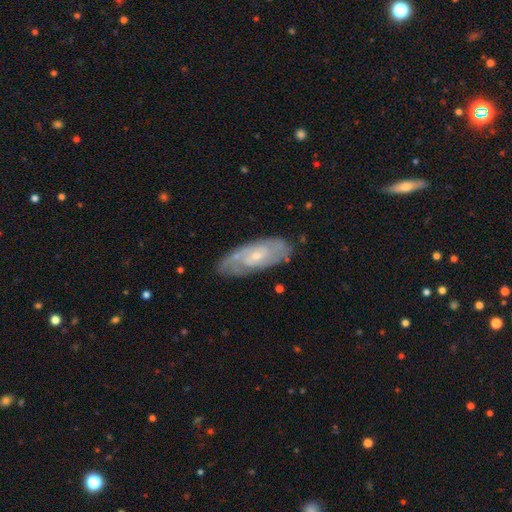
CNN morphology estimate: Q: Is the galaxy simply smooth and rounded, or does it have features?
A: featured or disk — 74%.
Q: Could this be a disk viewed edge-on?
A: no — 89%.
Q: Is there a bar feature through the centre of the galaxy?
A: no — 68%.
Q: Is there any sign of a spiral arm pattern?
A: yes — 86%.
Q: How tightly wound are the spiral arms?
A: tight — 60%.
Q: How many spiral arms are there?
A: can't tell — 47%.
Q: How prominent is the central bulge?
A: small — 72%.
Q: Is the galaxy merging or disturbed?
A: none — 74%.